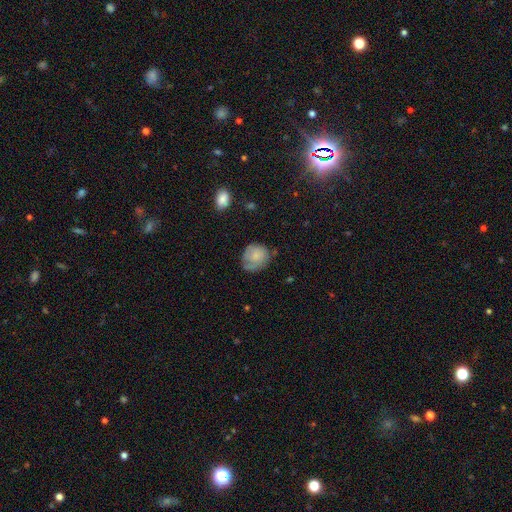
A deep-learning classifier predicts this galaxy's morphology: This is likely a smooth galaxy (67%). How rounded: likely round (75%). Merging: possibly none (57%).